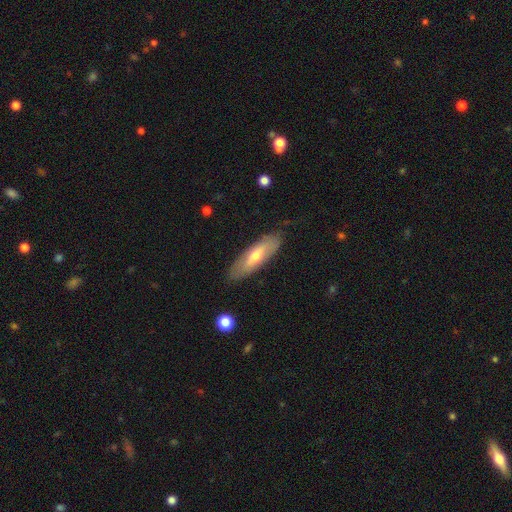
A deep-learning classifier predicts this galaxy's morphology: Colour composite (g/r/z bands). It shows a smooth galaxy with no disk features (54%) that is in between round and cigar-shaped (50%). Merging: none (81%).